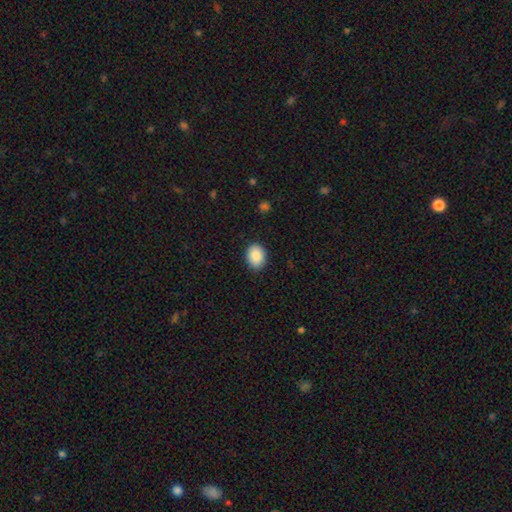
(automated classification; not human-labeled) Smooth or featured?
  - smooth: 90% *
  - star or artifact: 7%
  - featured or disk: 3%
How rounded?
  - in between: 63% *
  - round: 36%
  - cigar-shaped: 1%
Merging?
  - none: 87% *
  - minor disturbance: 9%
  - major disturbance: 2%
  - merger: 1%